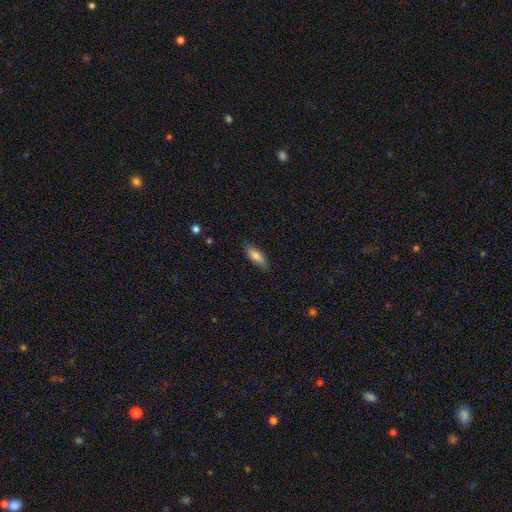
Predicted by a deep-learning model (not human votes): A smooth galaxy with no disk features (82%) that is in between round and cigar-shaped (65%).

Vote fractions:
- Smooth or featured? smooth: 82% / featured or disk: 11% / star or artifact: 7%
- How rounded? in between: 65% / cigar-shaped: 33% / round: 2%
- Merging? none: 83% / minor disturbance: 13% / major disturbance: 2% / merger: 1%